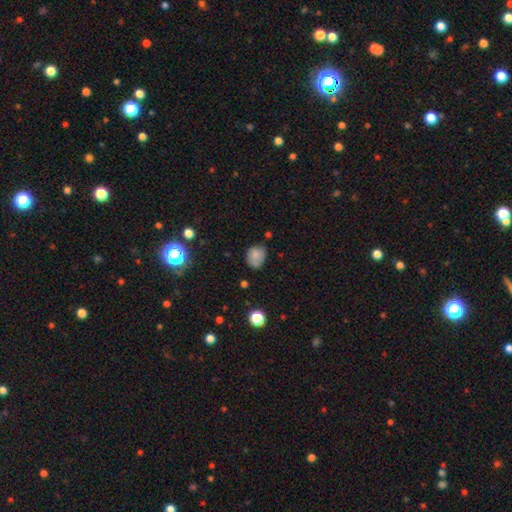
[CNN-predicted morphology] The model was most divided on "how rounded": round: 54%, in between: 45%, cigar-shaped: 1%. More confident: smooth or featured — smooth (78%); merging — none (60%).